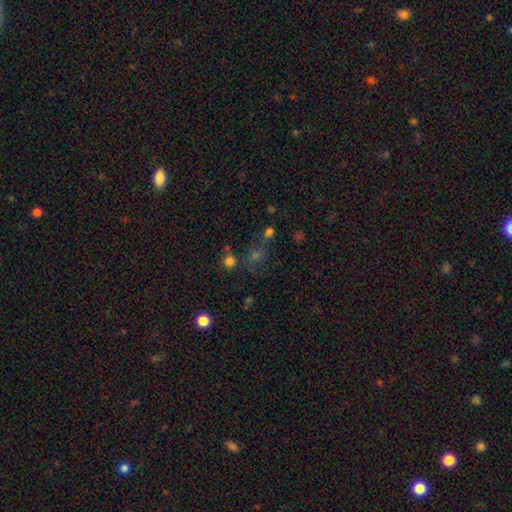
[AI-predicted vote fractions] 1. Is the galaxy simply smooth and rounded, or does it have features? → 45% smooth, 43% star or artifact, 12% featured or disk.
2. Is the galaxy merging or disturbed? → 67% none, 14% merger, 12% minor disturbance, 7% major disturbance.